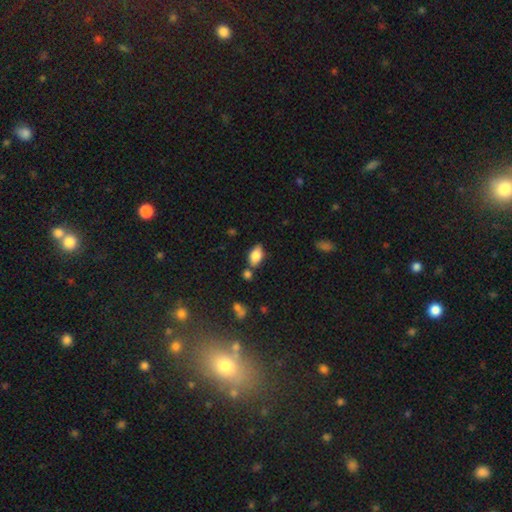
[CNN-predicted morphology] Smooth or featured? smooth (82%)
How rounded? in between (90%)
Merging? none (70%)